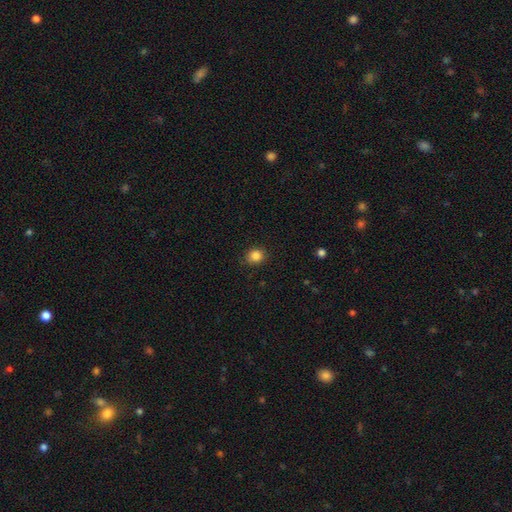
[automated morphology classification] smooth 85%, star or artifact 11%, featured or disk 4%. Down the decision tree: how rounded — round (76%); merging — none (87%).